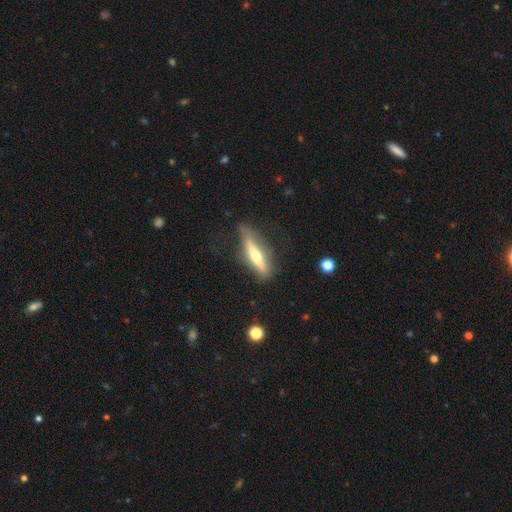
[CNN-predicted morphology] Smooth or featured? featured or disk (53%)
Edge-on disk? yes (89%)
Merging? none (68%)